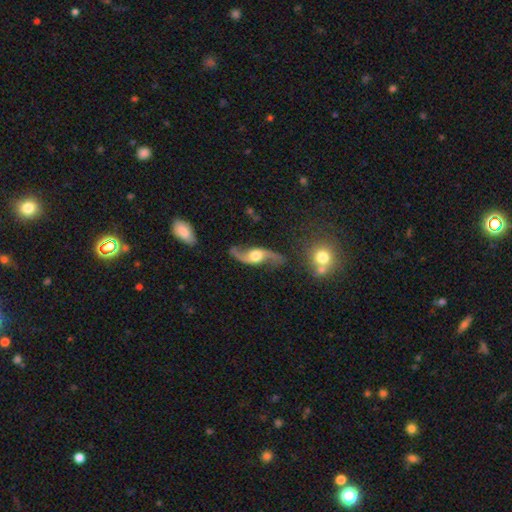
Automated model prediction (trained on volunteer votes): Overall: featured or disk (89%). Edge-on disk: no (93%). Bar: no (61%; weak 29%). Spiral arms: yes (97%). Spiral arm count: 2 (95%). Spiral winding: loose (86%). Bulge size: moderate (60%; large 25%). Merging: none (77%).